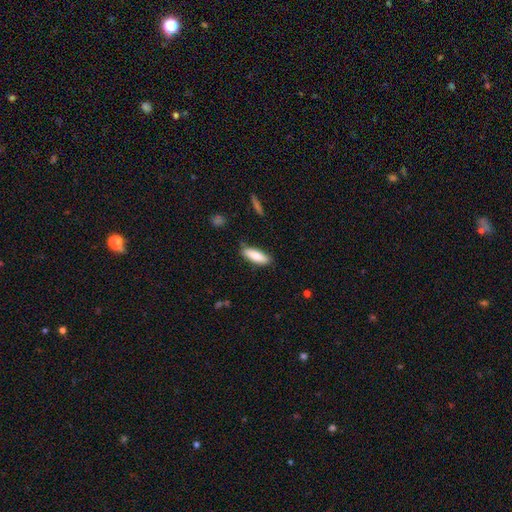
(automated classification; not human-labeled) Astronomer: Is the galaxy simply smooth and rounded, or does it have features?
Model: smooth — 83%.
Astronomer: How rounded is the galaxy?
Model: in between — 57% (runner-up: cigar-shaped, 41%).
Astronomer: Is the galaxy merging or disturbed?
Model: none — 82%.